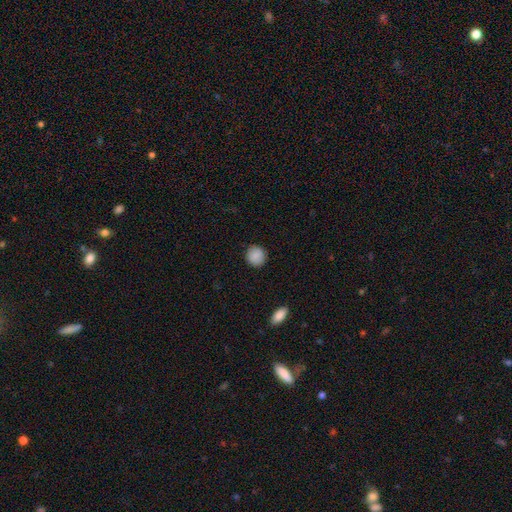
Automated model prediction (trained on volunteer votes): The model was most divided on "how rounded": round: 89%, in between: 10%, cigar-shaped: 1%. More confident: merging — none (90%); smooth or featured — smooth (88%).